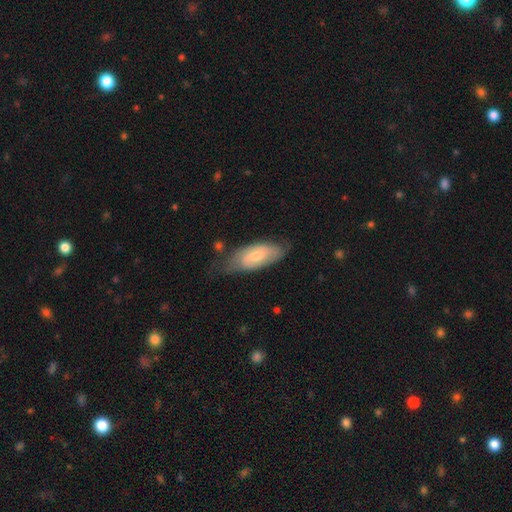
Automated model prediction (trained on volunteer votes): Q: Smooth or featured?
A: smooth (53%); runner-up: featured or disk (41%)
Q: How rounded?
A: in between (84%); runner-up: cigar-shaped (14%)
Q: Merging?
A: none (57%); runner-up: minor disturbance (31%)